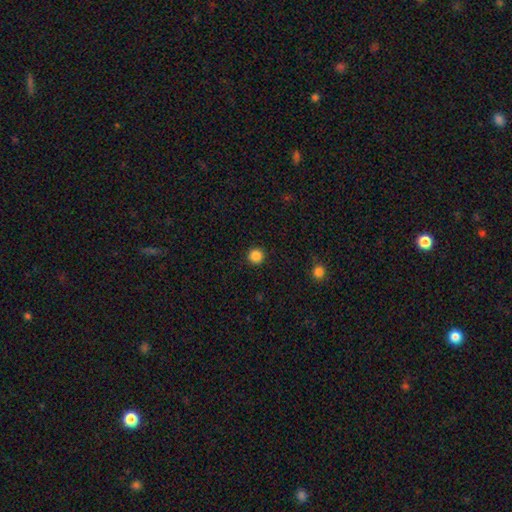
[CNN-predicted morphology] Q: Smooth or featured?
A: smooth (86%); runner-up: star or artifact (11%)
Q: How rounded?
A: round (96%); runner-up: in between (3%)
Q: Merging?
A: none (93%); runner-up: minor disturbance (4%)